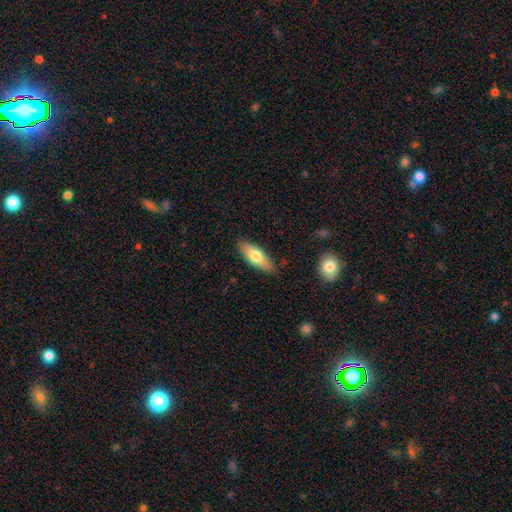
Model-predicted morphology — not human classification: smooth_or_featured: smooth (p=0.73) [alt: featured or disk p=0.22]
how_rounded: in between (p=0.70) [alt: cigar-shaped p=0.28]
merging: none (p=0.85) [alt: minor disturbance p=0.11]